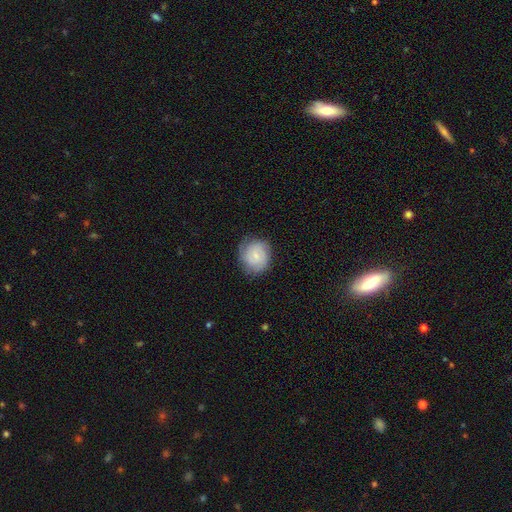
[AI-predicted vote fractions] The model was most divided on "smooth or featured": smooth: 59%, featured or disk: 34%, star or artifact: 8%. More confident: how rounded — round (81%); merging — none (73%).